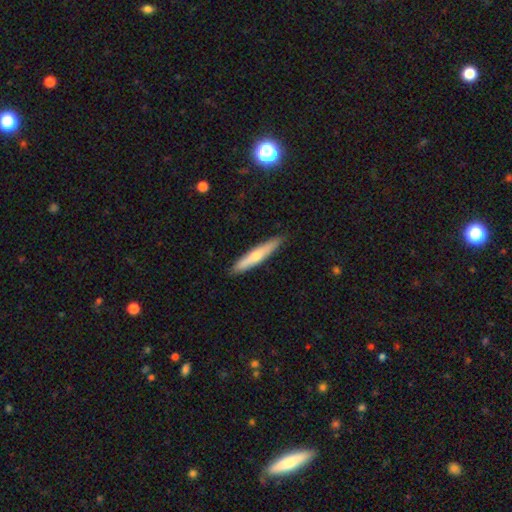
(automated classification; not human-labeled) The model was most divided on "smooth or featured": smooth: 54%, featured or disk: 40%, star or artifact: 6%. More confident: how rounded — cigar-shaped (90%); merging — none (89%).